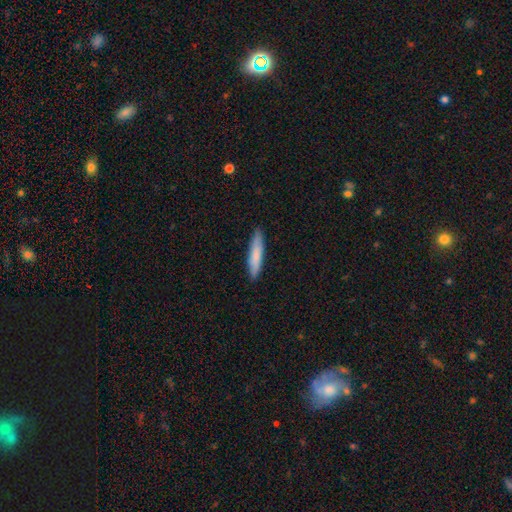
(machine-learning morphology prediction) smooth-or-featured: smooth: 79% | featured or disk: 15% | star or artifact: 5%
  how-rounded: cigar-shaped: 86% | in between: 13% | round: 1%
  merging: none: 89% | minor disturbance: 9% | major disturbance: 2% | merger: 1%